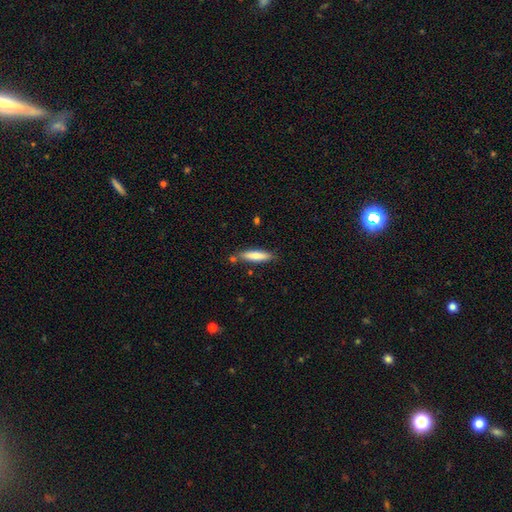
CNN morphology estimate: smooth-or-featured: smooth: 77% | featured or disk: 17% | star or artifact: 6%
  how-rounded: cigar-shaped: 80% | in between: 19% | round: 1%
  merging: none: 80% | minor disturbance: 12% | merger: 5% | major disturbance: 2%